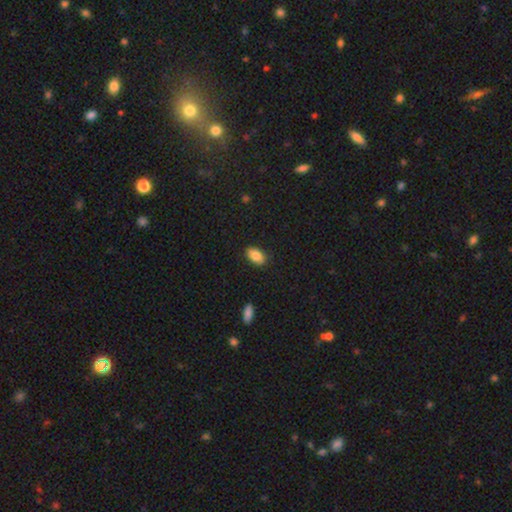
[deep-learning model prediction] smooth-or-featured: smooth: 86% | star or artifact: 7% | featured or disk: 7%
  how-rounded: in between: 92% | round: 5% | cigar-shaped: 3%
  merging: none: 87% | minor disturbance: 10% | major disturbance: 2% | merger: 1%